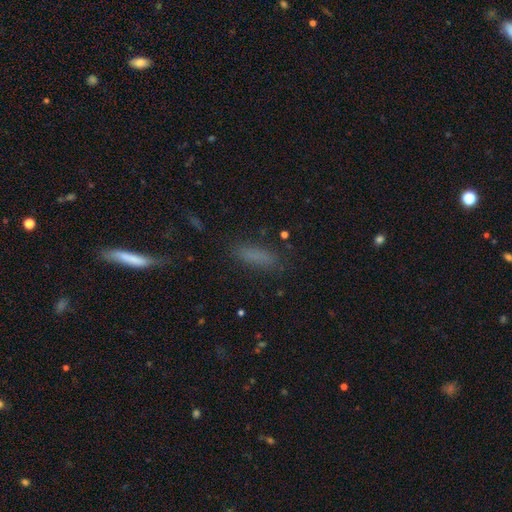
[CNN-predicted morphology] type=smooth (77%); roundness=cigar-shaped (57%); merging=none (77%).